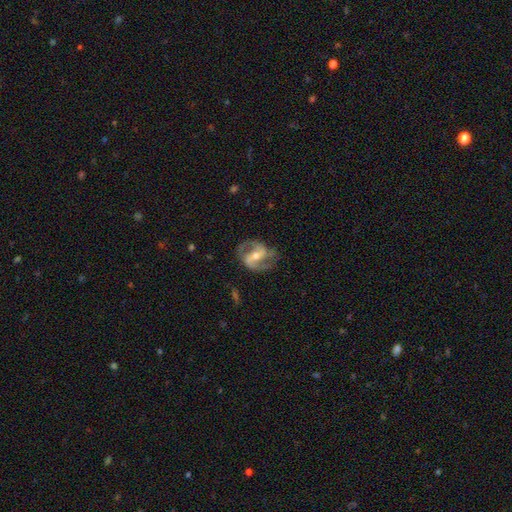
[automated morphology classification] Smooth or featured? Predicted: featured or disk (p=0.87). Edge-on disk? Predicted: no (p=0.97). Bar? Predicted: strong (p=0.39, tied with weak). Spiral arms? Predicted: yes (p=0.95). Spiral winding? Predicted: medium (p=0.57). Spiral arm count? Predicted: 2 (p=0.90). Bulge size? Predicted: moderate (p=0.56). Merging? Predicted: none (p=0.74).